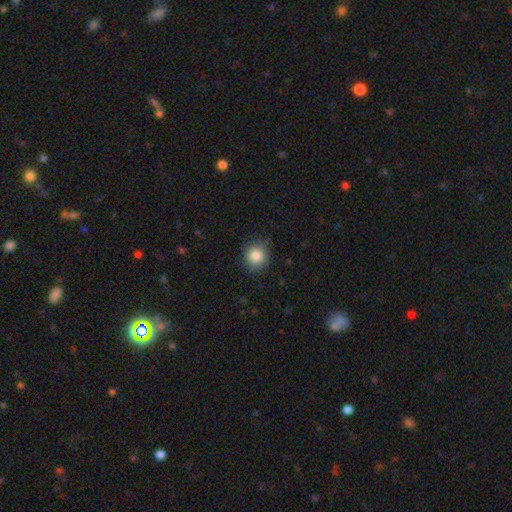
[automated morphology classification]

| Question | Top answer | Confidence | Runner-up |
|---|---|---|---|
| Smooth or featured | smooth | 85% | star or artifact (10%) |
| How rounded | round | 86% | in between (13%) |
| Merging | none | 86% | minor disturbance (10%) |